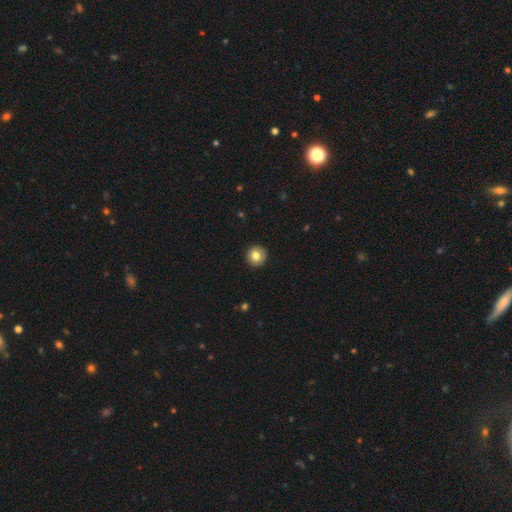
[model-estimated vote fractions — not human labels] Smooth or featured? smooth (82%)
How rounded? round (95%)
Merging? none (93%)